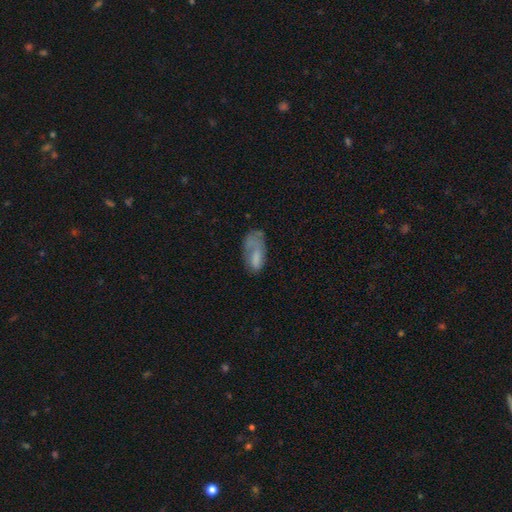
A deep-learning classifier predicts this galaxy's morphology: Q: Smooth or featured?
A: smooth (57%); runner-up: featured or disk (34%)
Q: How rounded?
A: in between (89%); runner-up: cigar-shaped (7%)
Q: Merging?
A: none (37%); runner-up: major disturbance (31%)